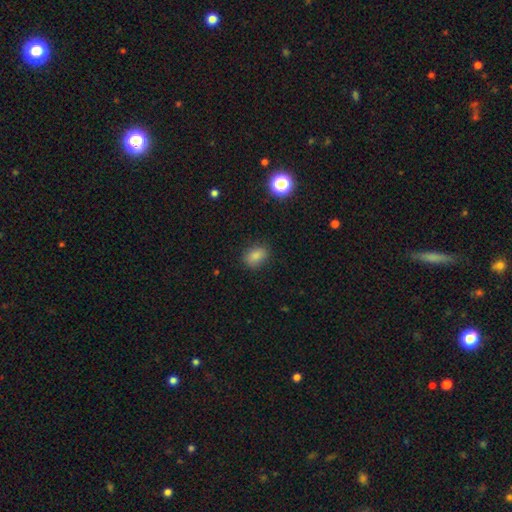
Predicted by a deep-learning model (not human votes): Smooth or featured: smooth — 83% (star or artifact — 12%)
How rounded: in between — 75% (round — 23%)
Merging: none — 83% (minor disturbance — 13%)